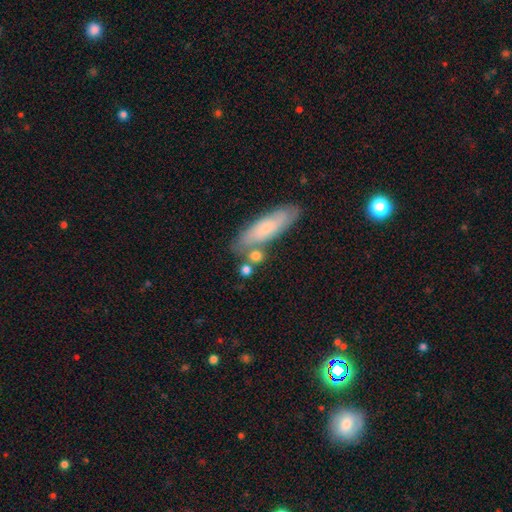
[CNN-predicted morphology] Smooth or featured? smooth (73%)
How rounded? round (53%)
Merging? none (62%)